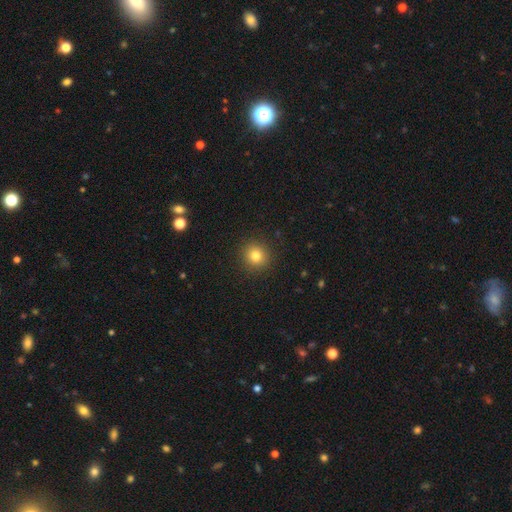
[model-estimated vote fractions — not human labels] smooth_or_featured: smooth (p=0.81) [alt: star or artifact p=0.12]
how_rounded: round (p=0.91) [alt: in between p=0.08]
merging: none (p=0.91) [alt: minor disturbance p=0.06]